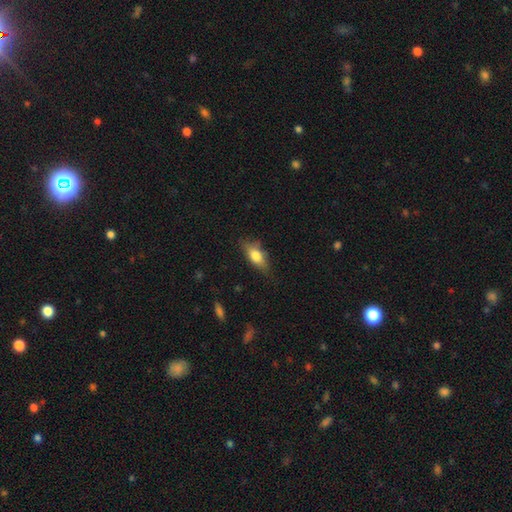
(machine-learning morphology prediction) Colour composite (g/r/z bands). It shows a smooth galaxy with no disk features (73%) that is in between round and cigar-shaped (76%). Merging: none (69%).